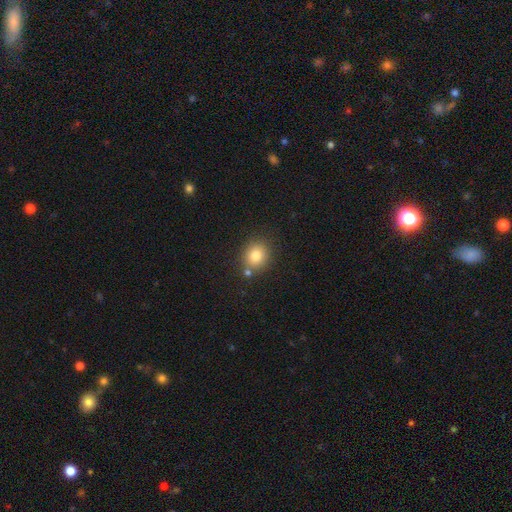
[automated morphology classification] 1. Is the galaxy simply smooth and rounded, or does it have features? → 80% smooth, 11% star or artifact, 9% featured or disk.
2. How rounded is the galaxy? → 70% round, 29% in between, 1% cigar-shaped.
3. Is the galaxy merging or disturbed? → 76% none, 11% merger, 10% minor disturbance, 3% major disturbance.